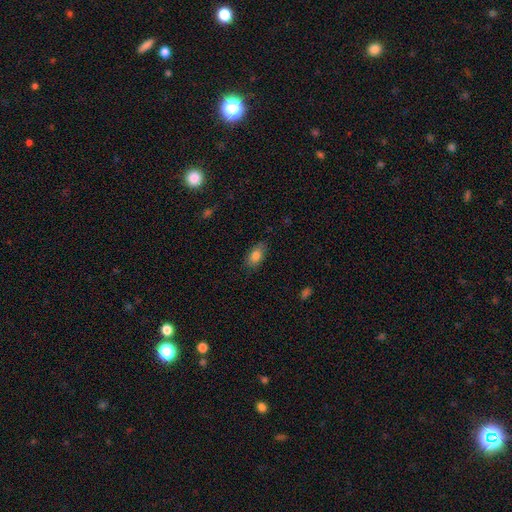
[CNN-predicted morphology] type=smooth (81%); roundness=in between (89%); merging=none (82%).